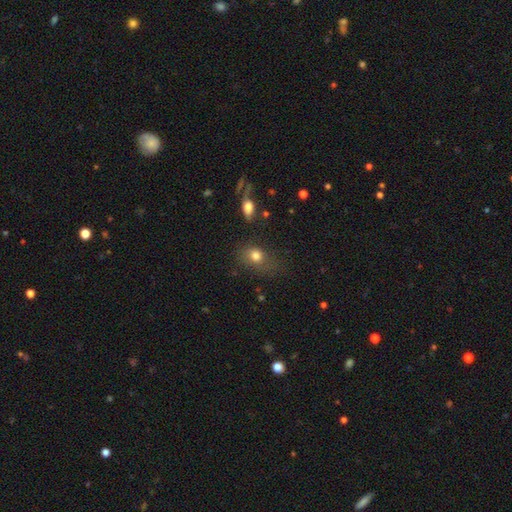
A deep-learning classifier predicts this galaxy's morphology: Smooth or featured? smooth (79%)
How rounded? in between (53%)
Merging? none (57%)